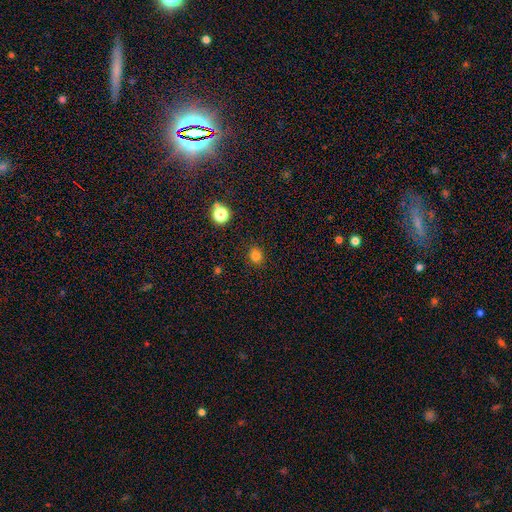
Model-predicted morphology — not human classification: Q: Smooth or featured?
A: smooth (80%); runner-up: star or artifact (15%)
Q: How rounded?
A: round (77%); runner-up: in between (22%)
Q: Merging?
A: none (88%); runner-up: minor disturbance (8%)